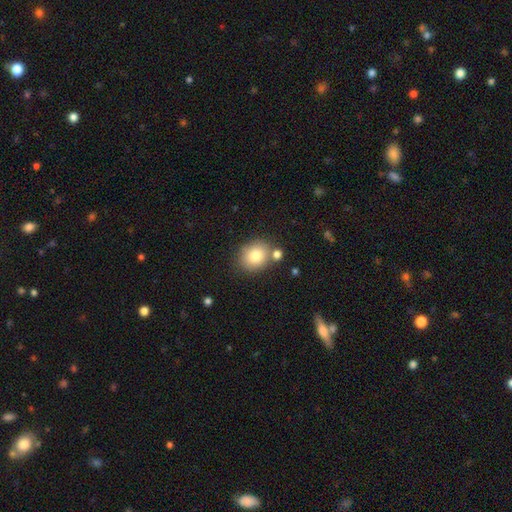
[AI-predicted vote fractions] smooth 80%, featured or disk 10%, star or artifact 10%. Down the decision tree: how rounded — round (62%); merging — none (72%).